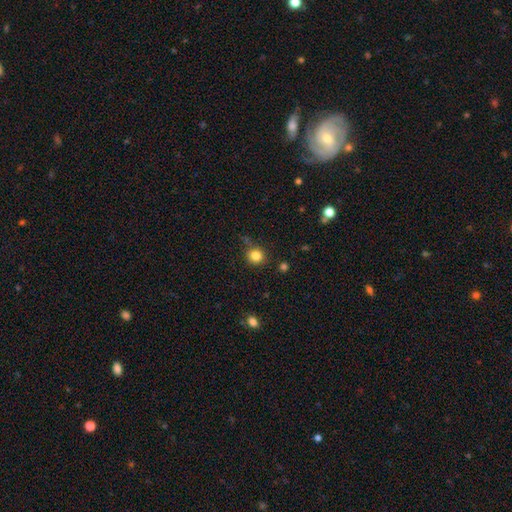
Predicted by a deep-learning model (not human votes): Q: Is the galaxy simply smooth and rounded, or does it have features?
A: smooth — 83%.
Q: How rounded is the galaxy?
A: round — 91%.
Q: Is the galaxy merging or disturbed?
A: none — 81%.